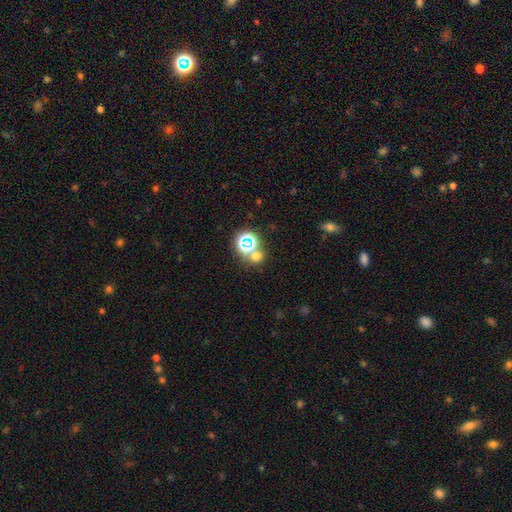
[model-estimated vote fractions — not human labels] Overall: smooth (56%; star or artifact 36%). How rounded: round (83%). Merging: none (62%; merger 27%).